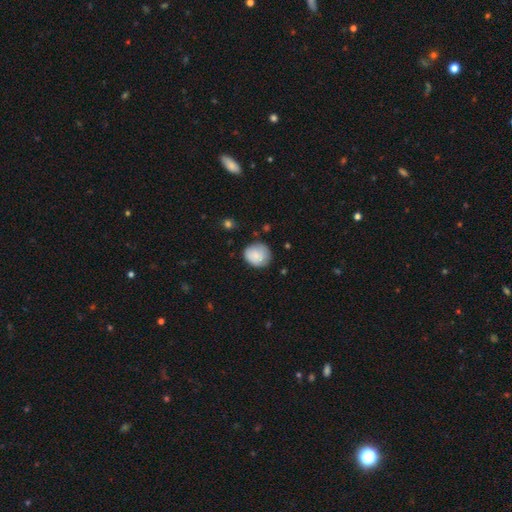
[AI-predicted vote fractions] Smooth or featured? smooth (82%)
How rounded? round (77%)
Merging? none (75%)